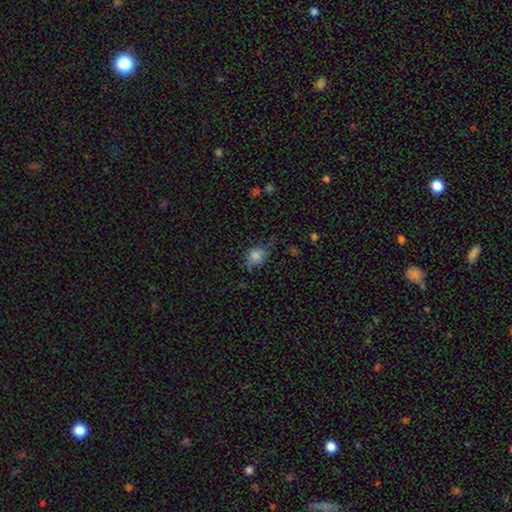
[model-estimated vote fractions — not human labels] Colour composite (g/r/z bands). It shows a smooth galaxy with no disk features (81%) that is round (52%). Merging: none (54%).